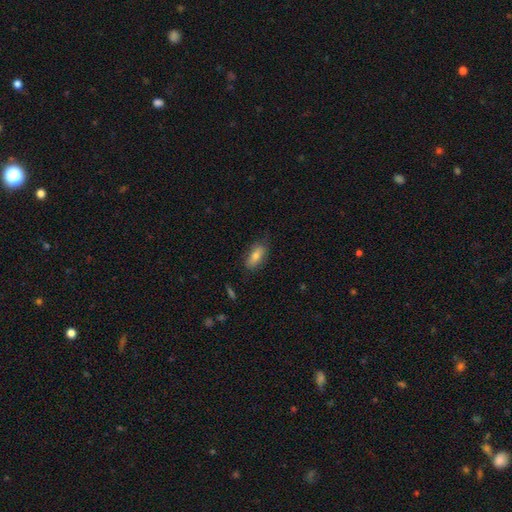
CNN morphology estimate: smooth-or-featured: smooth: 71% | featured or disk: 21% | star or artifact: 8%
  how-rounded: in between: 81% | cigar-shaped: 15% | round: 4%
  merging: none: 78% | minor disturbance: 17% | major disturbance: 3% | merger: 1%